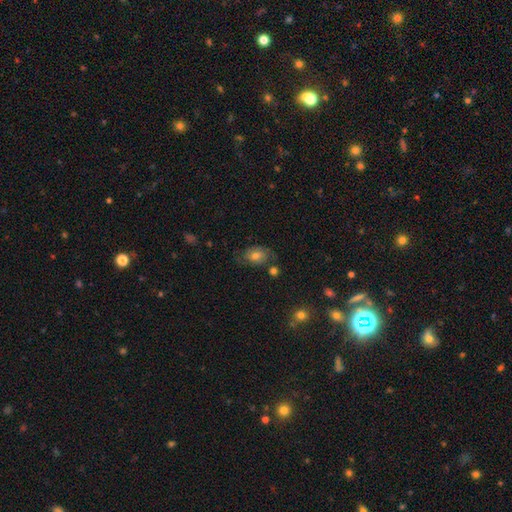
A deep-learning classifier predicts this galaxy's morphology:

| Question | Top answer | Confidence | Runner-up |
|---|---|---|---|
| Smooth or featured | smooth | 50% | featured or disk (36%) |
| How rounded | in between | 71% | round (27%) |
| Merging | none | 63% | minor disturbance (21%) |